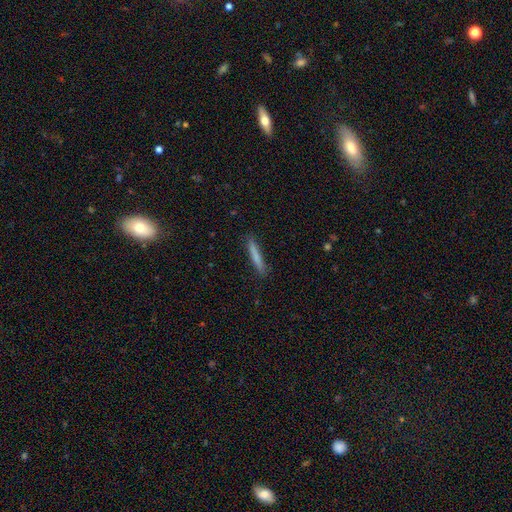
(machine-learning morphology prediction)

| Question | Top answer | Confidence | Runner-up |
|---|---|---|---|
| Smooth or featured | smooth | 75% | featured or disk (18%) |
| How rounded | cigar-shaped | 95% | in between (4%) |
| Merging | none | 88% | minor disturbance (9%) |